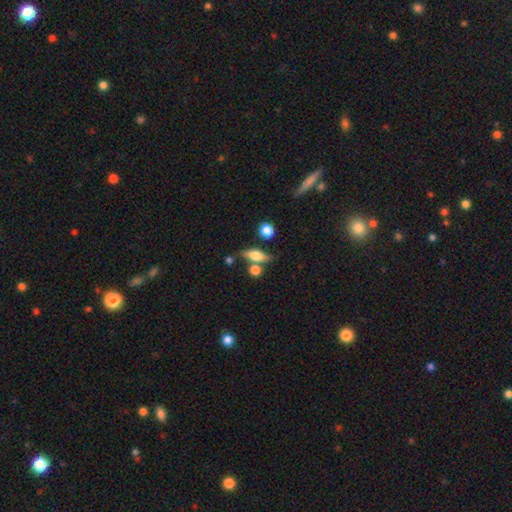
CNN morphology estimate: This appears to be a smooth galaxy with no disk features (53%) that is in between round and cigar-shaped (56%). Merging: none (67%).